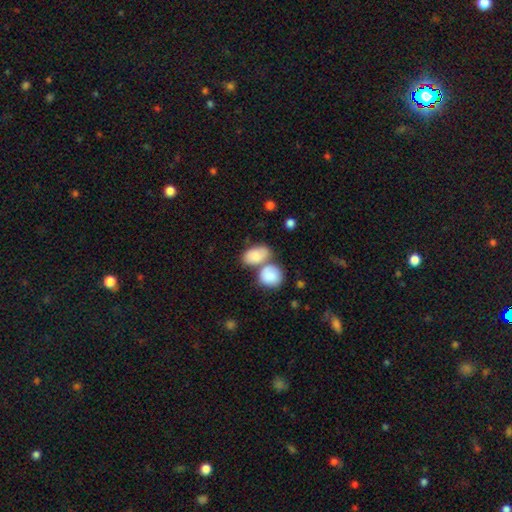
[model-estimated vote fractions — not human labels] This is clearly a smooth galaxy (84%). How rounded: clearly in between (84%). Merging: possibly merger (50%).